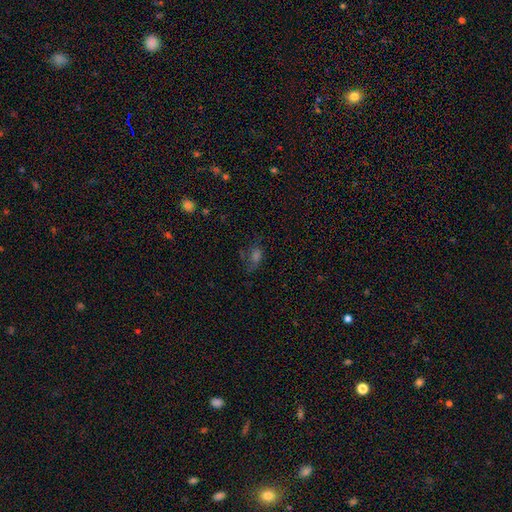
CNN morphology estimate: smooth 45%, star or artifact 34%, featured or disk 21%. Down the decision tree: merging — none (57%).